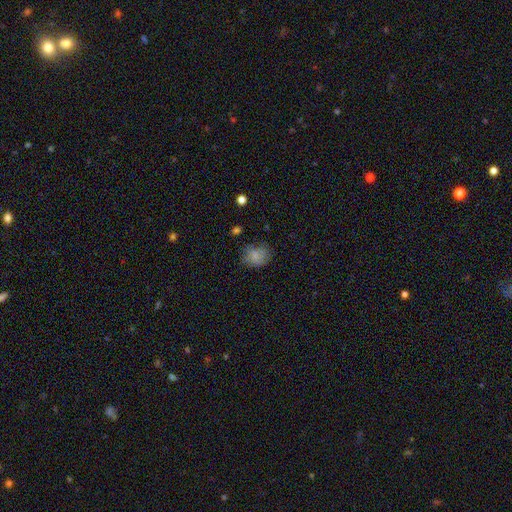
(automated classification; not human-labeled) smooth_or_featured: smooth (p=0.80) [alt: star or artifact p=0.10]
how_rounded: round (p=0.54) [alt: in between p=0.45]
merging: none (p=0.69) [alt: minor disturbance p=0.23]